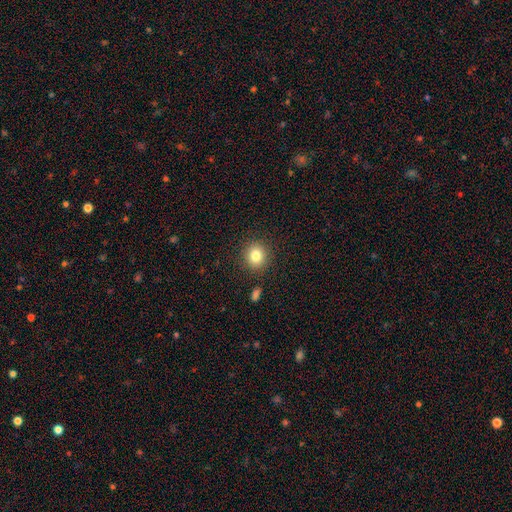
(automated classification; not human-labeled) Overall: smooth (82%). How rounded: round (82%). Merging: none (88%).